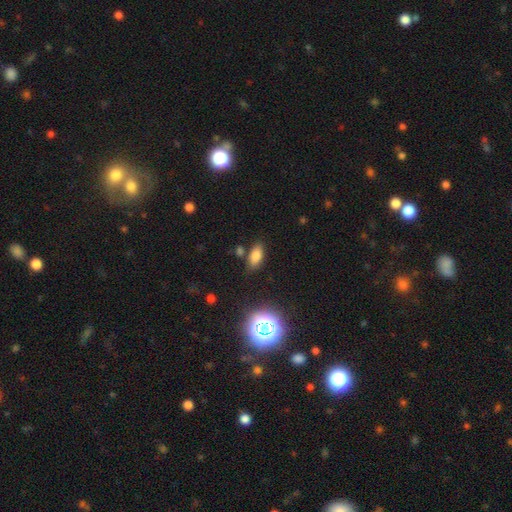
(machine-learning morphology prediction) smooth_or_featured: smooth (p=0.78) [alt: star or artifact p=0.14]
how_rounded: in between (p=0.88) [alt: cigar-shaped p=0.08]
merging: none (p=0.78) [alt: minor disturbance p=0.12]